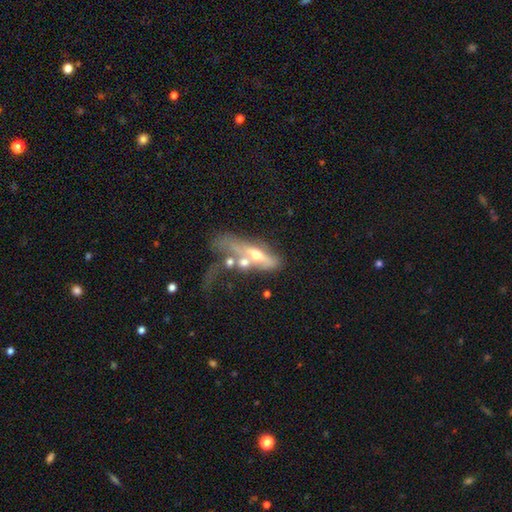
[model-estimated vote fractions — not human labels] smooth-or-featured: featured or disk: 55% | smooth: 36% | star or artifact: 9%
  disk-edge-on: yes: 50% (tied) | no: 50% (tied)
  merging: merger: 48% | major disturbance: 24% | none: 17% | minor disturbance: 11%